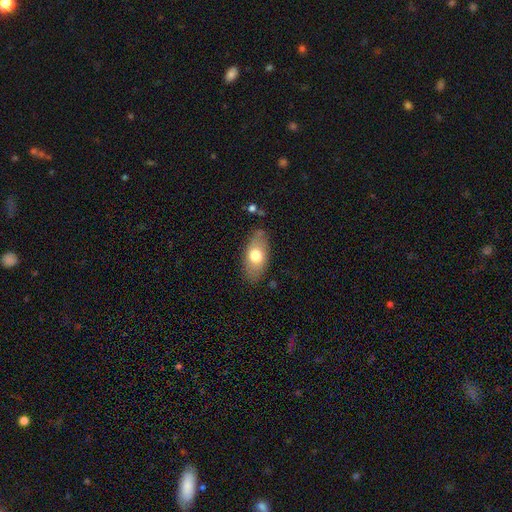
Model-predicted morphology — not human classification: A smooth galaxy with no disk features (69%) that is in between round and cigar-shaped (89%). Merging: none (79%).